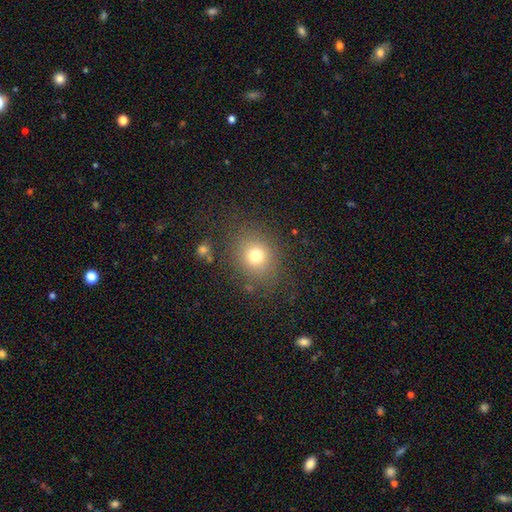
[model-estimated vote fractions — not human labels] A smooth galaxy with no disk features (74%) that is round (70%). Merging: none (81%).